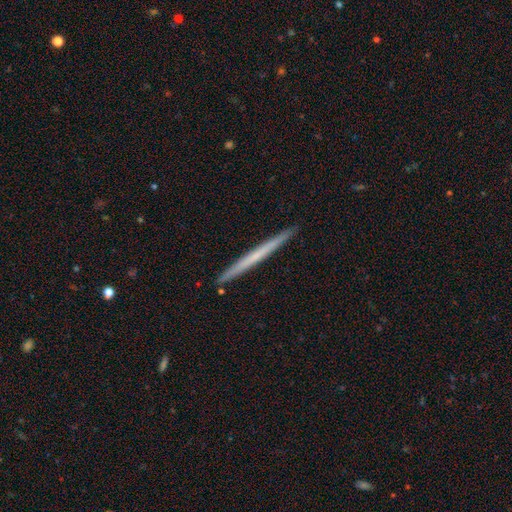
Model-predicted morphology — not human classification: Smooth or featured? Predicted: smooth (p=0.48). Merging? Predicted: none (p=0.93).